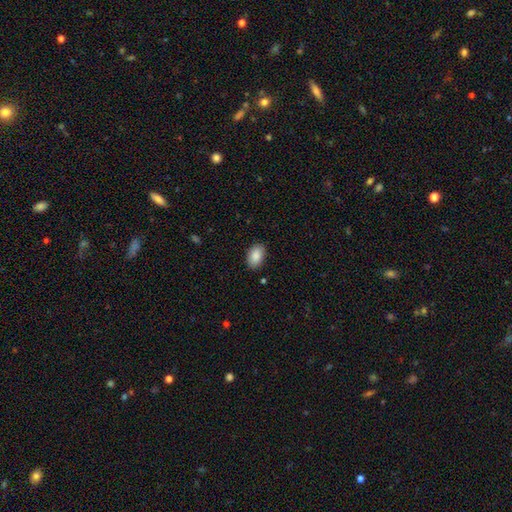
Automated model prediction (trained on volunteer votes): A smooth galaxy with no disk features (89%) that is in between round and cigar-shaped (91%). Merging: none (87%).